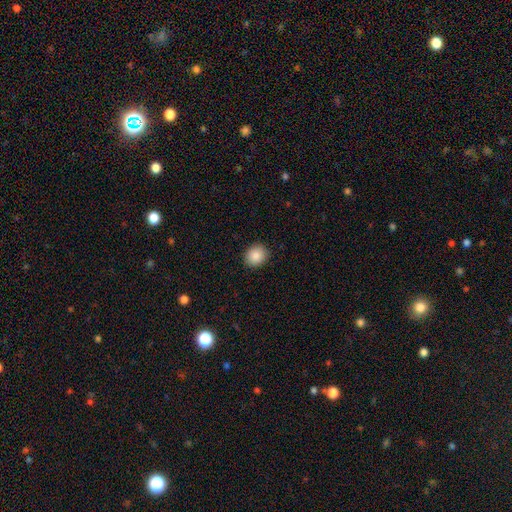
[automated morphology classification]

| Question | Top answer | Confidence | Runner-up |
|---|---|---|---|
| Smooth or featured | smooth | 87% | star or artifact (8%) |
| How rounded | round | 71% | in between (28%) |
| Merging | none | 90% | minor disturbance (7%) |